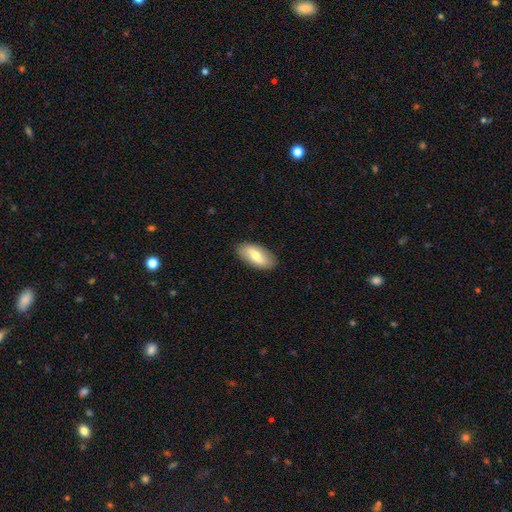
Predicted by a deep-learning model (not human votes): This is likely a smooth galaxy (66%). How rounded: clearly in between (91%). Merging: clearly none (87%).